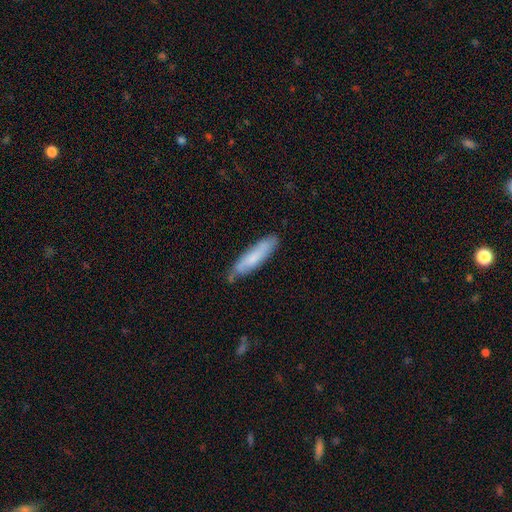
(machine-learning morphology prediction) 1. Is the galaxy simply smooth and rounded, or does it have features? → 68% smooth, 26% featured or disk, 6% star or artifact.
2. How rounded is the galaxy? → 76% cigar-shaped, 22% in between, 1% round.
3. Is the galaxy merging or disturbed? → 71% none, 23% minor disturbance, 4% major disturbance, 2% merger.